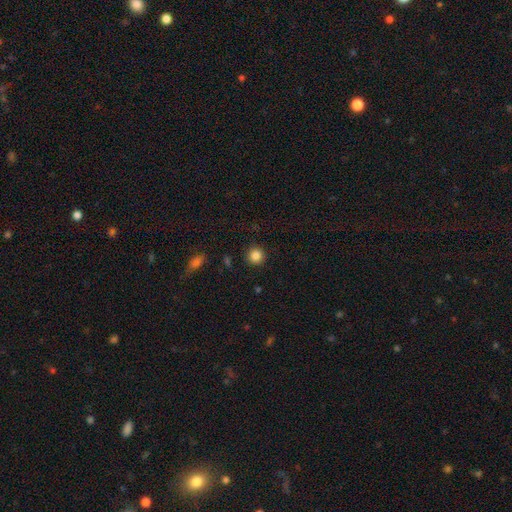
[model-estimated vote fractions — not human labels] This appears to be a smooth galaxy with no disk features (85%) that is round (94%). Merging: none (91%).